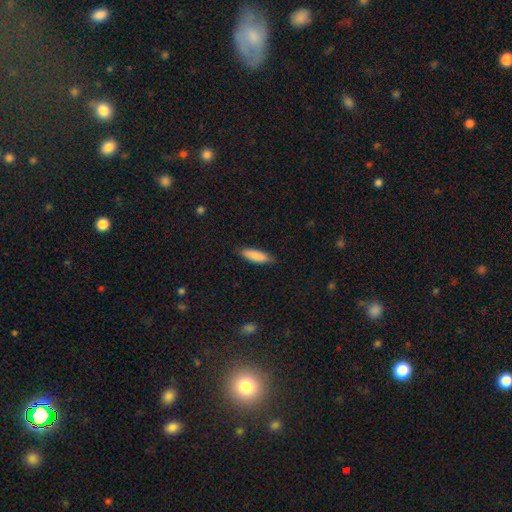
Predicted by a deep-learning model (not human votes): The model was most divided on "how rounded": cigar-shaped: 55%, in between: 44%, round: 1%. More confident: smooth or featured — smooth (87%); merging — none (85%).